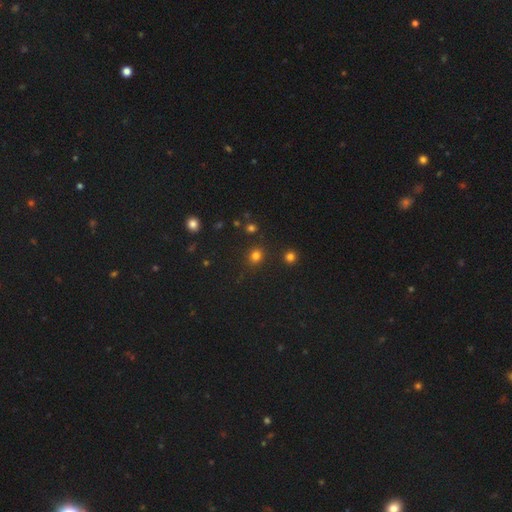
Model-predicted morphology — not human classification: type=smooth (78%); roundness=round (76%); merging=none (85%).